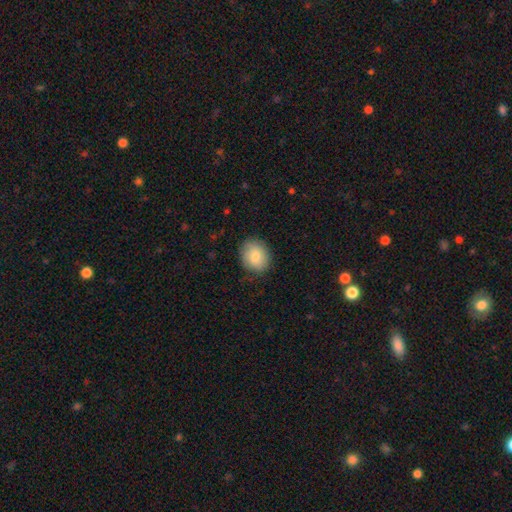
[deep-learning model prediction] smooth 81%, featured or disk 11%, star or artifact 7%. Down the decision tree: how rounded — round (62%); merging — none (84%).